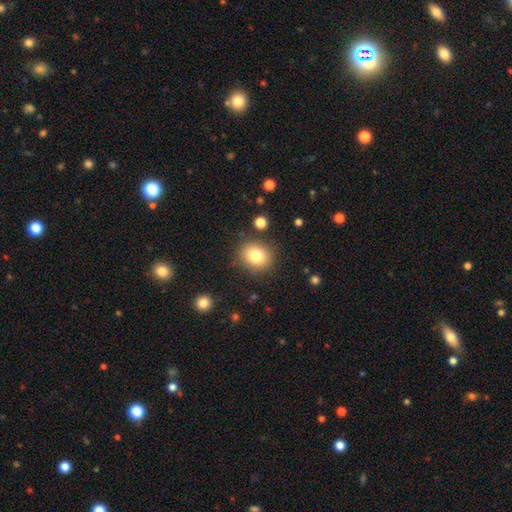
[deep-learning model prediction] Q: Smooth or featured?
A: smooth (80%); runner-up: star or artifact (11%)
Q: How rounded?
A: round (70%); runner-up: in between (29%)
Q: Merging?
A: none (85%); runner-up: minor disturbance (9%)